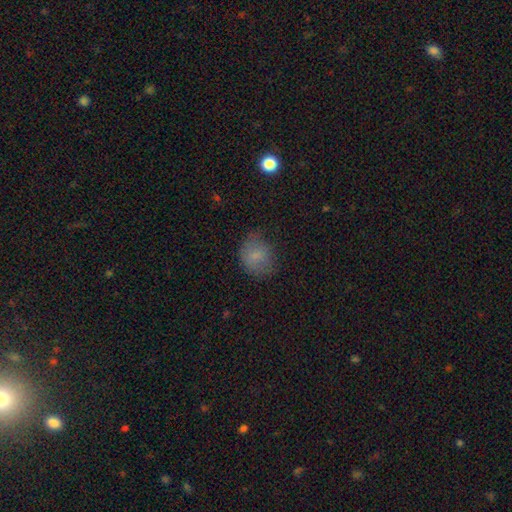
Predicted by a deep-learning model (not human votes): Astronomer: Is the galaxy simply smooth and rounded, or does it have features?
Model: smooth — 76%.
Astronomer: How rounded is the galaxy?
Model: round — 61% (runner-up: in between, 38%).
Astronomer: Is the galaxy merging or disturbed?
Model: none — 59%.